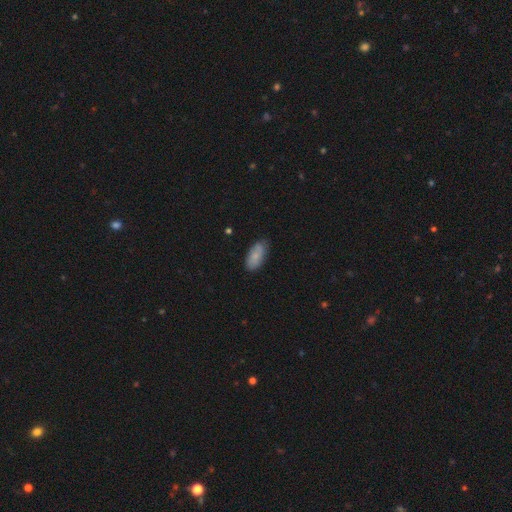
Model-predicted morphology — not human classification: smooth-or-featured: smooth: 76% | featured or disk: 18% | star or artifact: 6%
  how-rounded: in between: 91% | cigar-shaped: 7% | round: 2%
  merging: none: 73% | minor disturbance: 22% | major disturbance: 3% | merger: 2%